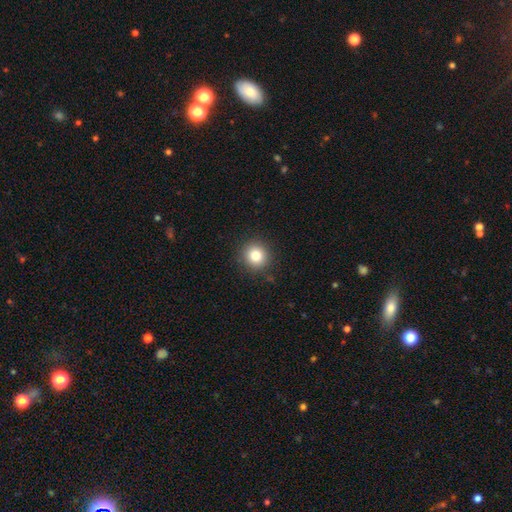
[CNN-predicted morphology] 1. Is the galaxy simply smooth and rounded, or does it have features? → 82% smooth, 11% star or artifact, 6% featured or disk.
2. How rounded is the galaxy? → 93% round, 6% in between, 1% cigar-shaped.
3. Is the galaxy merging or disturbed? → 90% none, 7% minor disturbance, 2% major disturbance, 1% merger.